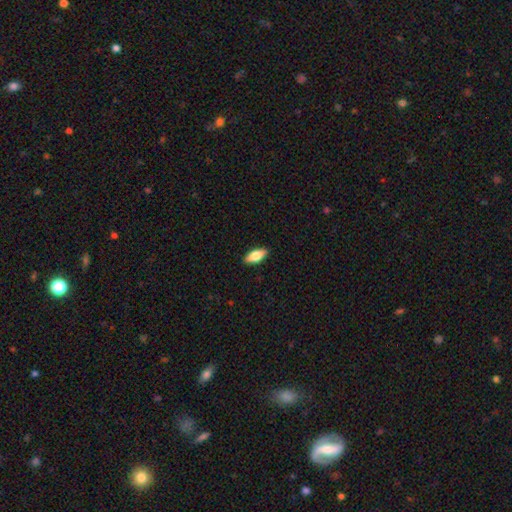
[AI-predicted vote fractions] smooth-or-featured: smooth: 74% | featured or disk: 19% | star or artifact: 6%
  how-rounded: in between: 82% | cigar-shaped: 15% | round: 3%
  merging: none: 89% | minor disturbance: 9% | major disturbance: 2% | merger: 1%